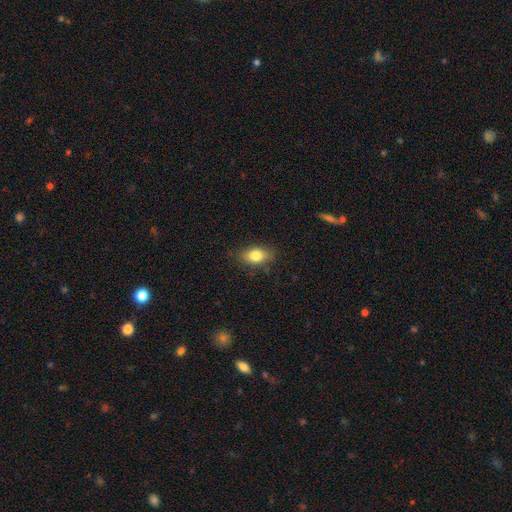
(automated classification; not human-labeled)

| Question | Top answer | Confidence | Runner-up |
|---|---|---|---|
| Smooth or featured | smooth | 82% | featured or disk (10%) |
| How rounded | in between | 83% | round (14%) |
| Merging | none | 82% | minor disturbance (14%) |